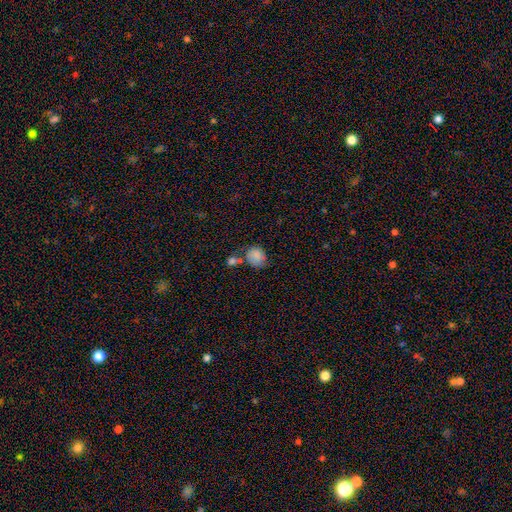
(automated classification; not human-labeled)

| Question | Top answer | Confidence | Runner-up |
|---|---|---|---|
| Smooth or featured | smooth | 84% | star or artifact (9%) |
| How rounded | round | 67% | in between (32%) |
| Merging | none | 48% | minor disturbance (22%) |